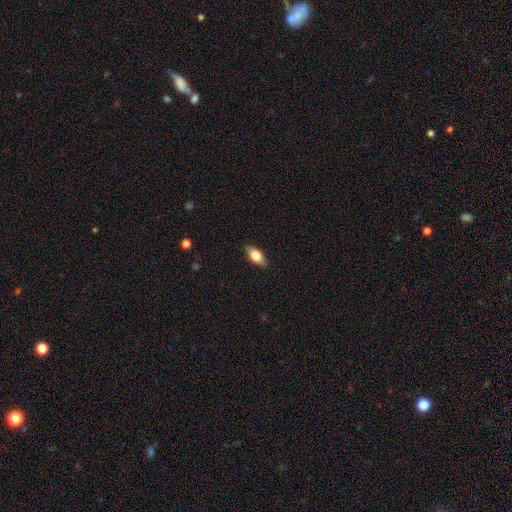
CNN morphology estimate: This appears to be a smooth galaxy with no disk features (75%) that is in between round and cigar-shaped (85%). Merging: none (86%).